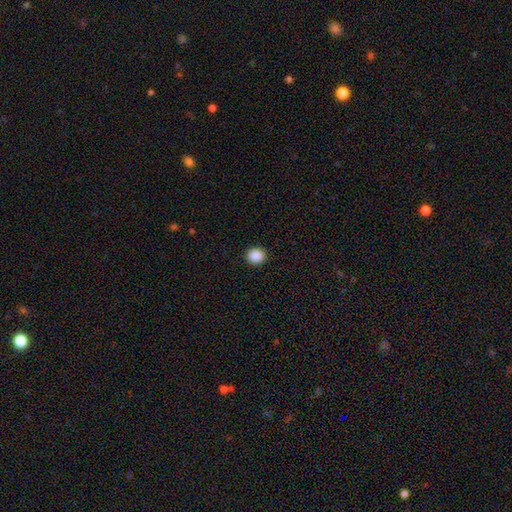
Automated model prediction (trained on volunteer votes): smooth-or-featured: smooth: 89% | star or artifact: 9% | featured or disk: 2%
  how-rounded: round: 85% | in between: 15% | cigar-shaped: 1%
  merging: none: 92% | minor disturbance: 5% | major disturbance: 2% | merger: 1%